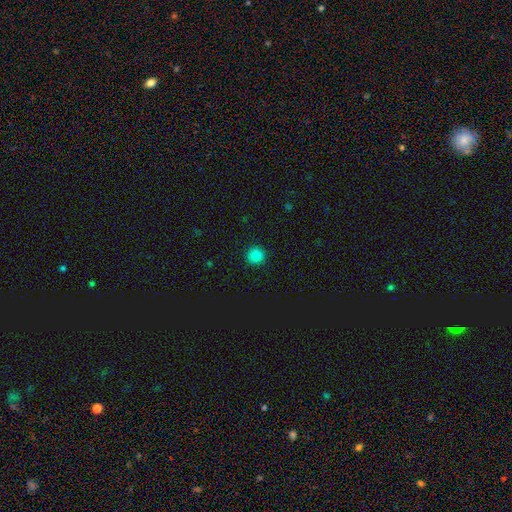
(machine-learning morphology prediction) A smooth galaxy with no disk features (83%) that is round (95%).

Vote fractions:
- Smooth or featured? smooth: 83% / star or artifact: 13% / featured or disk: 4%
- How rounded? round: 95% / in between: 4% / cigar-shaped: 1%
- Merging? none: 93% / minor disturbance: 5% / major disturbance: 2% / merger: 1%